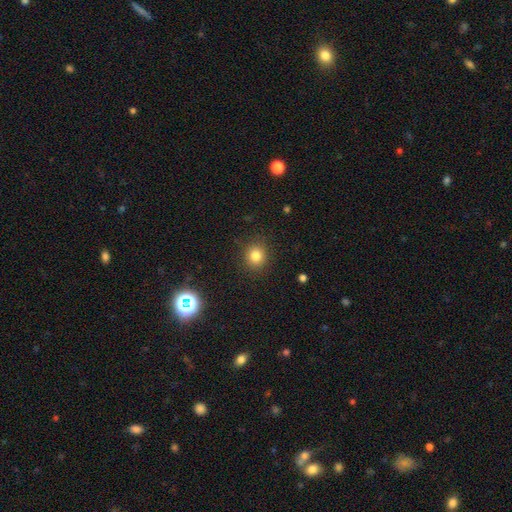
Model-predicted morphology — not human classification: type=smooth (81%); roundness=round (85%); merging=none (89%).